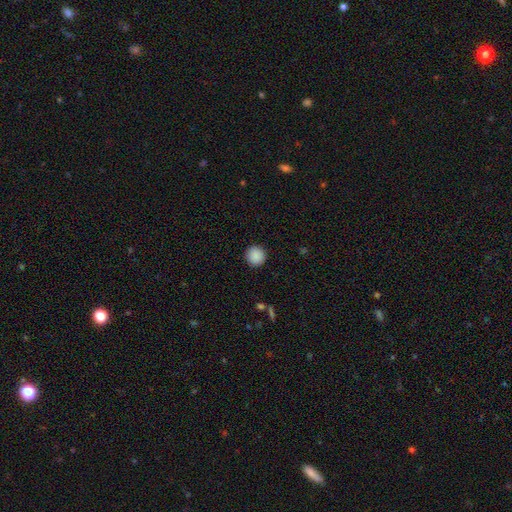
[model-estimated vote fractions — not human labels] Smooth or featured? Predicted: smooth (p=0.89). How rounded? Predicted: round (p=0.95). Merging? Predicted: none (p=0.92).